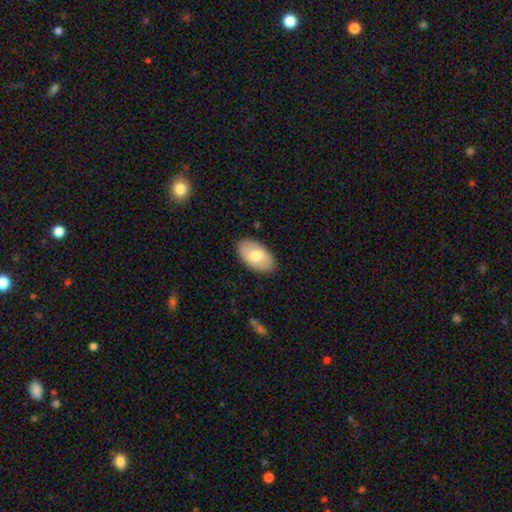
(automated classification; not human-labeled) smooth-or-featured: smooth: 69% | featured or disk: 26% | star or artifact: 5%
  how-rounded: in between: 94% | round: 5% | cigar-shaped: 1%
  merging: none: 88% | minor disturbance: 9% | major disturbance: 2% | merger: 1%